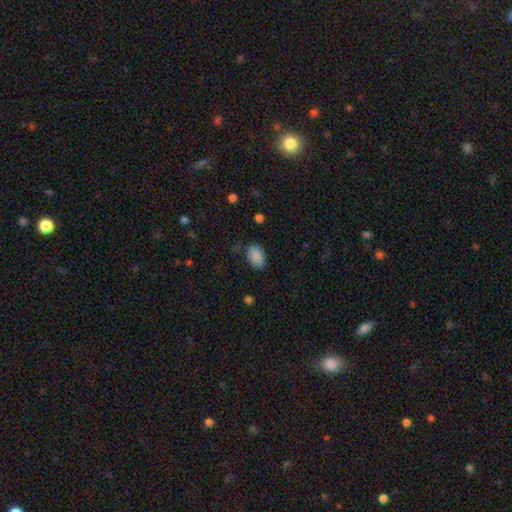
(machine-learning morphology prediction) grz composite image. It shows a smooth galaxy with no disk features (88%) that is in between round and cigar-shaped (92%). Merging: none (77%).